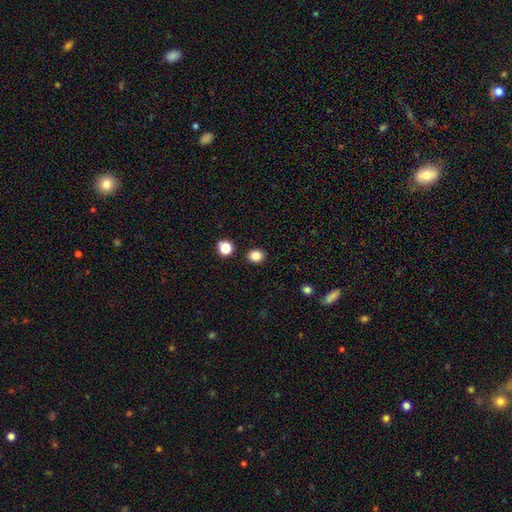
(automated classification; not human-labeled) Smooth or featured? smooth (84%)
How rounded? round (63%)
Merging? none (89%)